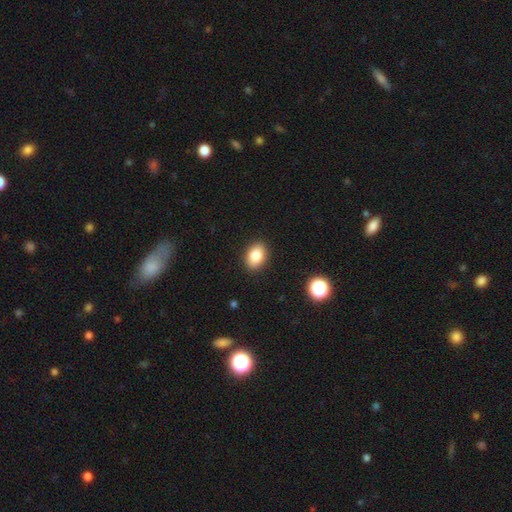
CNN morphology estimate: This is clearly a smooth galaxy (84%). How rounded: likely in between (80%). Merging: clearly none (90%).